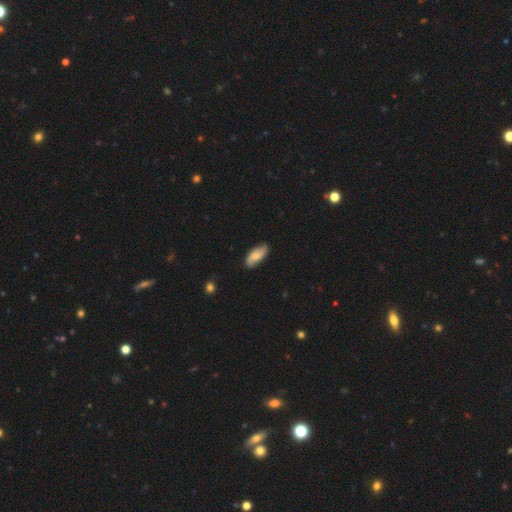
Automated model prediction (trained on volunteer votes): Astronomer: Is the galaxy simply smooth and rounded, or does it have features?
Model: smooth — 49% (runner-up: featured or disk, 44%).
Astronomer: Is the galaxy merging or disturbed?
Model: none — 78%.